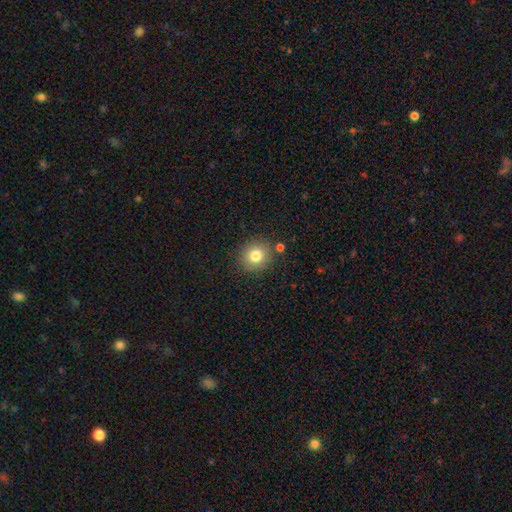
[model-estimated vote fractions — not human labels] The model was most divided on "smooth or featured": smooth: 79%, star or artifact: 12%, featured or disk: 8%. More confident: how rounded — round (85%); merging — none (85%).